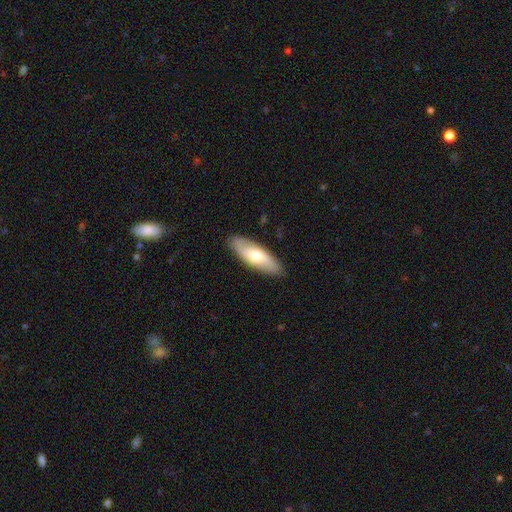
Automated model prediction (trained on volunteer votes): A smooth galaxy with no disk features (60%) that is in between round and cigar-shaped (66%).

Vote fractions:
- Smooth or featured? smooth: 60% / featured or disk: 35% / star or artifact: 5%
- How rounded? in between: 66% / cigar-shaped: 32% / round: 2%
- Merging? none: 88% / minor disturbance: 9% / major disturbance: 2% / merger: 1%